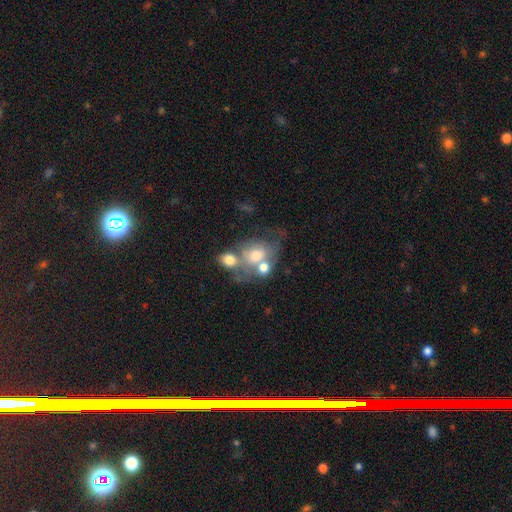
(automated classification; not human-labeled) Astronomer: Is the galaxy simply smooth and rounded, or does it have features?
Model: smooth — 57%.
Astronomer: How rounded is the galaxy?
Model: in between — 53% (runner-up: round, 46%).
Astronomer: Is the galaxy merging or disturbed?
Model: merger — 46% (runner-up: none, 24%).